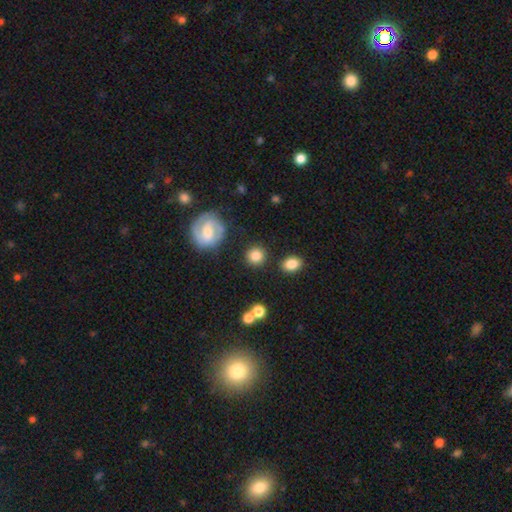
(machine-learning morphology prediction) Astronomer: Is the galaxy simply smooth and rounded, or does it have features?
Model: smooth — 80%.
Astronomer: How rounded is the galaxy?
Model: round — 90%.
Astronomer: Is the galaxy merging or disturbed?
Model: none — 83%.